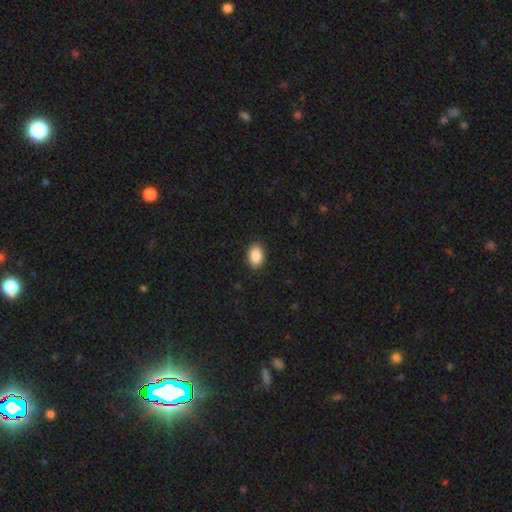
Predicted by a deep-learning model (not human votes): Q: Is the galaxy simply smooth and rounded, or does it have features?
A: smooth — 90%.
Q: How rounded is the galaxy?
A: in between — 86%.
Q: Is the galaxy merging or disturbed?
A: none — 90%.